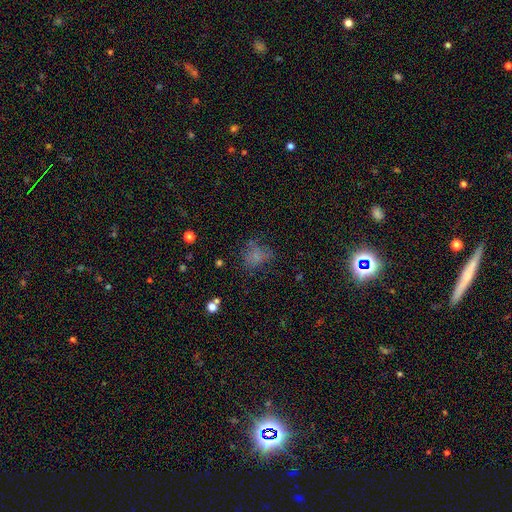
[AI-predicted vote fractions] smooth 62%, star or artifact 21%, featured or disk 17%. Down the decision tree: how rounded — round (53%); merging — none (51%).